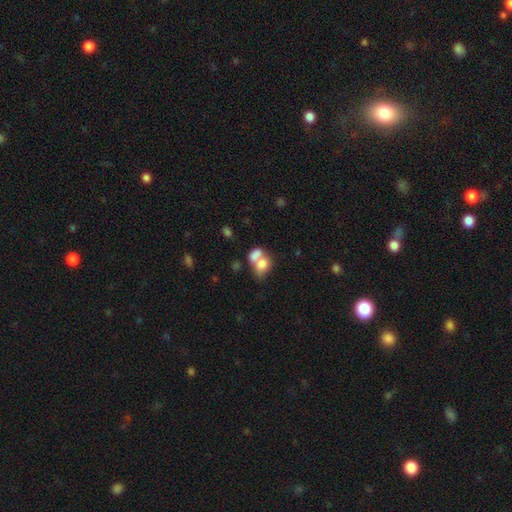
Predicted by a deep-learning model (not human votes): Smooth or featured? smooth (73%)
How rounded? in between (72%)
Merging? merger (68%)